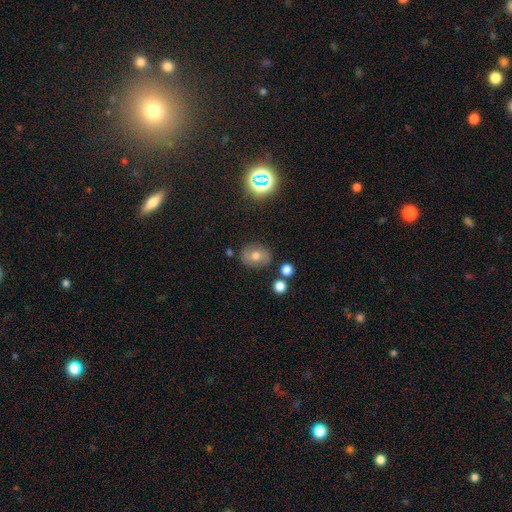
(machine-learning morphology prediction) The model was most divided on "how rounded": round: 55%, in between: 44%, cigar-shaped: 1%. More confident: merging — none (80%); smooth or featured — smooth (68%).